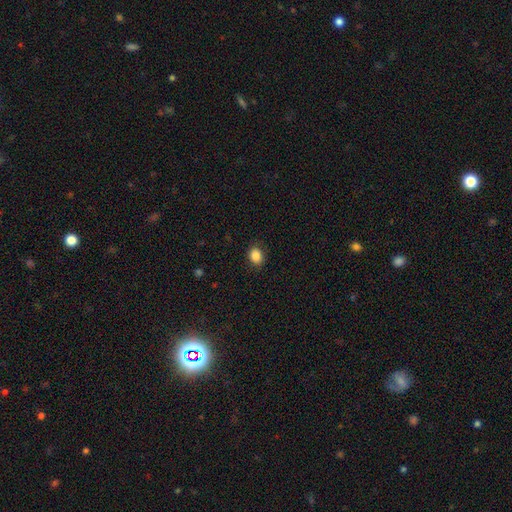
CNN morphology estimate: This appears to be a smooth galaxy with no disk features (87%) that is in between round and cigar-shaped (54%). Merging: none (87%).